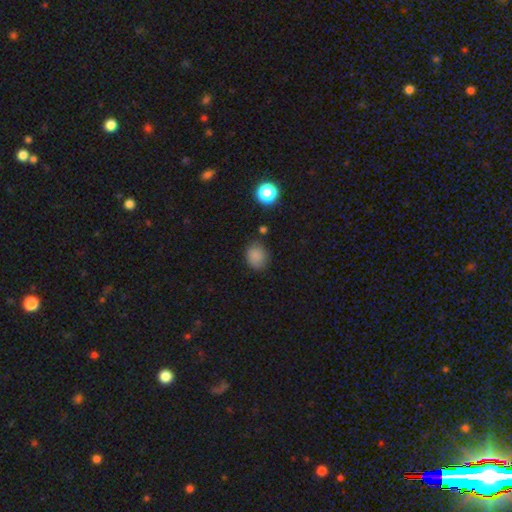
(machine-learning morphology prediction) Q: Smooth or featured?
A: smooth (81%); runner-up: star or artifact (12%)
Q: How rounded?
A: round (60%); runner-up: in between (39%)
Q: Merging?
A: none (75%); runner-up: minor disturbance (18%)